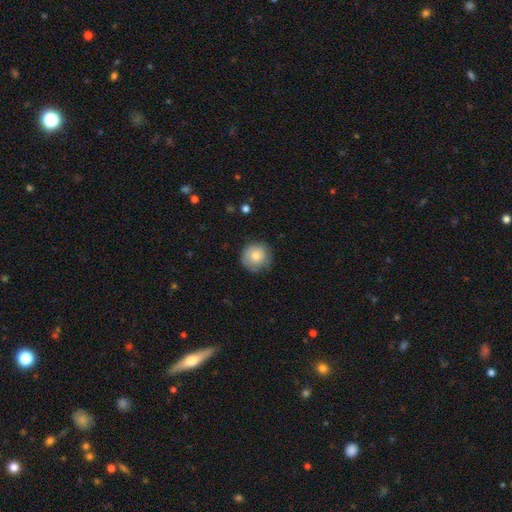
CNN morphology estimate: smooth-or-featured: smooth: 78% | featured or disk: 15% | star or artifact: 8%
  how-rounded: round: 94% | in between: 5% | cigar-shaped: 1%
  merging: none: 80% | minor disturbance: 16% | major disturbance: 3% | merger: 1%